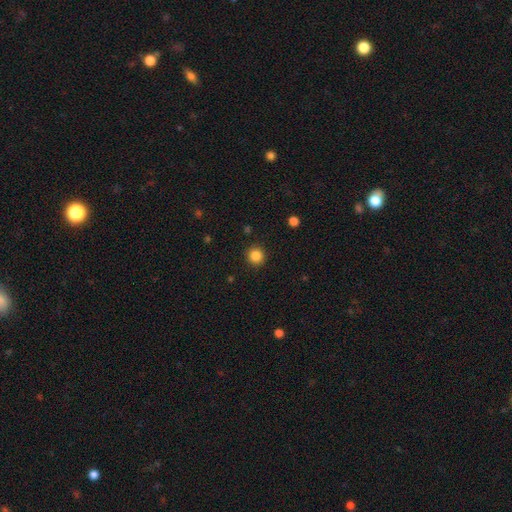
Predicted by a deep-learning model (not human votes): Morphology: type=smooth (85%); roundness=round (94%); merging=none (91%).